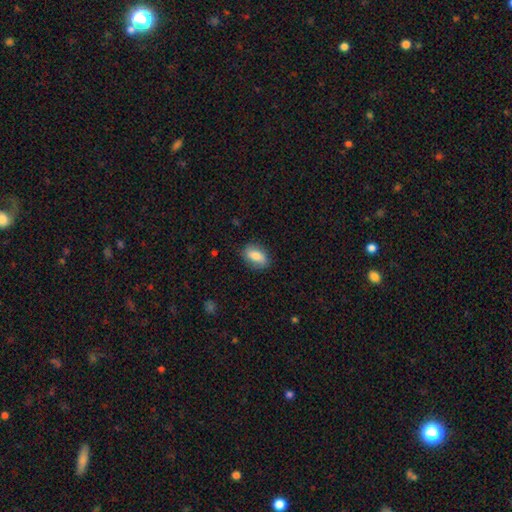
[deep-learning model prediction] Morphology: type=smooth (79%); roundness=in between (86%); merging=none (82%).